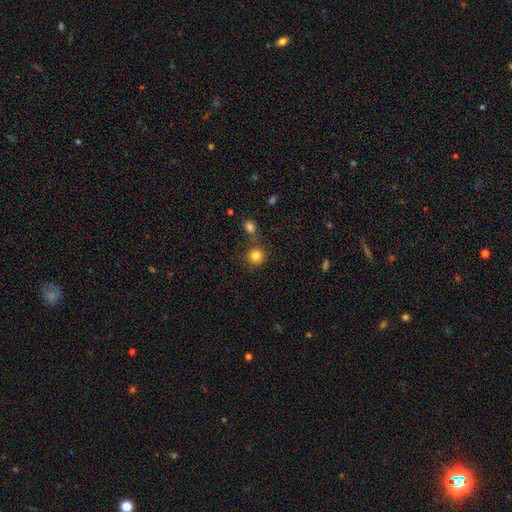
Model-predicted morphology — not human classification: This appears to be a smooth galaxy with no disk features (82%) that is round (91%). Merging: none (74%).